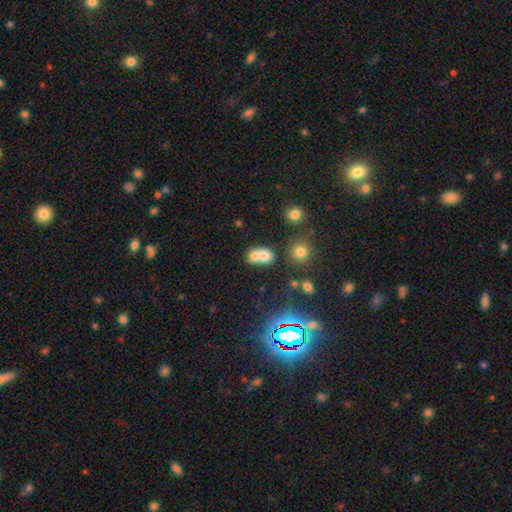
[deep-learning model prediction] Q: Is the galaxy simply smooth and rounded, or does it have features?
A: smooth — 70%.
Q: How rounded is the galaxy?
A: in between — 51%.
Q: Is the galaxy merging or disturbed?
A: merger — 66%.